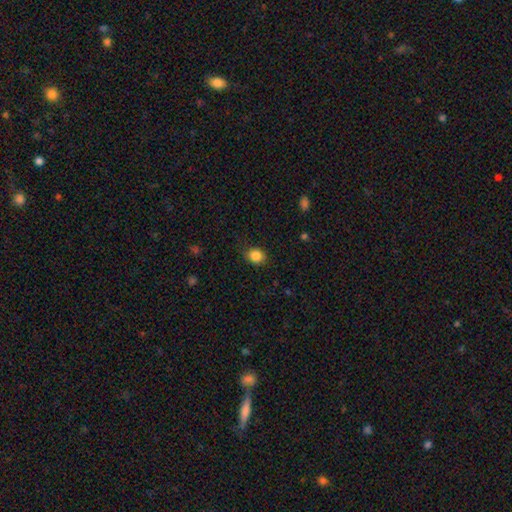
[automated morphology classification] Overall: smooth (86%). How rounded: round (64%; in between 35%). Merging: none (83%).